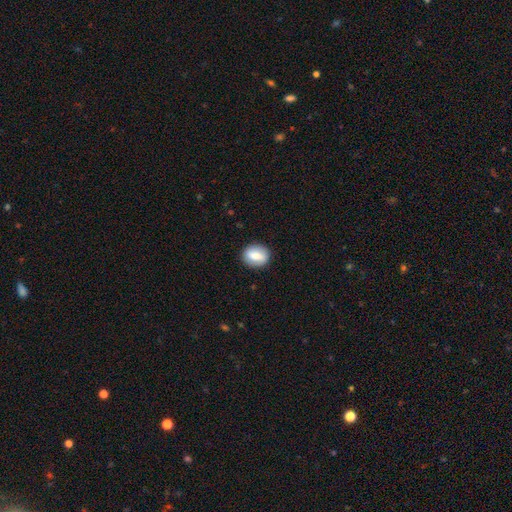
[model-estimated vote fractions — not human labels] Overall: smooth (64%; featured or disk 28%). How rounded: round (53%; in between 45%). Merging: none (88%).